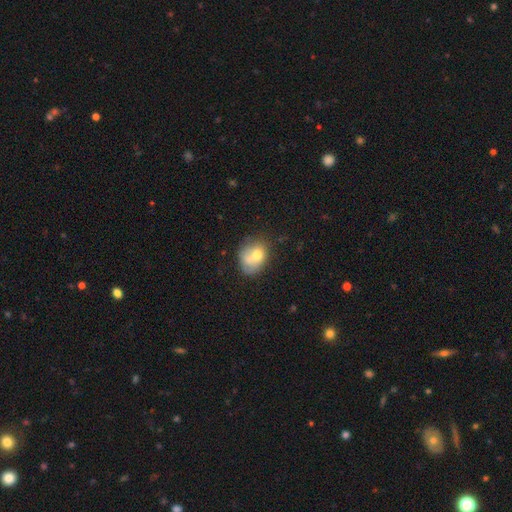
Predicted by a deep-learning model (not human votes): Smooth or featured: smooth — 67% (featured or disk — 24%)
How rounded: in between — 56% (round — 43%)
Merging: none — 38% (merger — 26%)